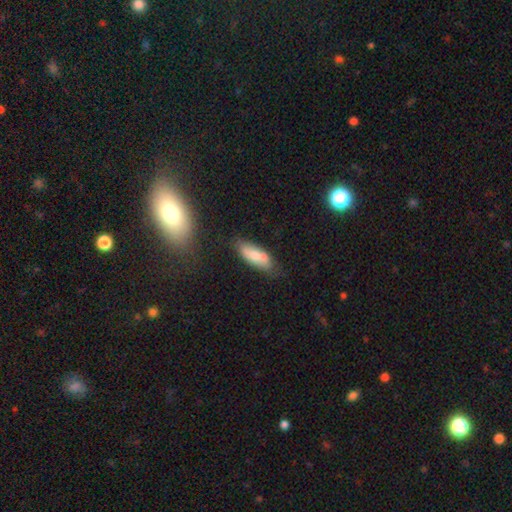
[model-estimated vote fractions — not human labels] Overall: smooth (67%). How rounded: in between (69%). Merging: none (63%).